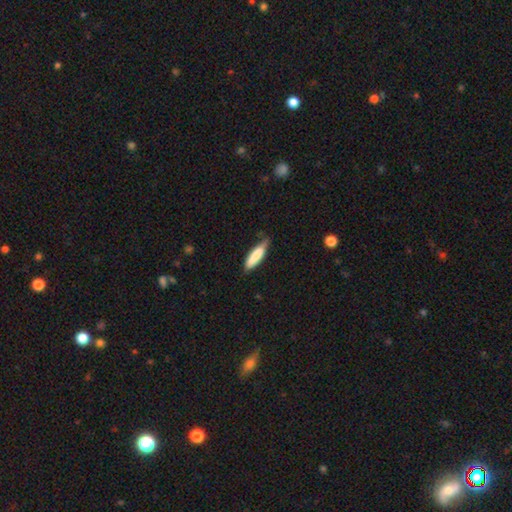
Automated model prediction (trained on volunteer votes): Q: Smooth or featured?
A: smooth (80%); runner-up: featured or disk (14%)
Q: How rounded?
A: cigar-shaped (66%); runner-up: in between (33%)
Q: Merging?
A: none (62%); runner-up: minor disturbance (30%)